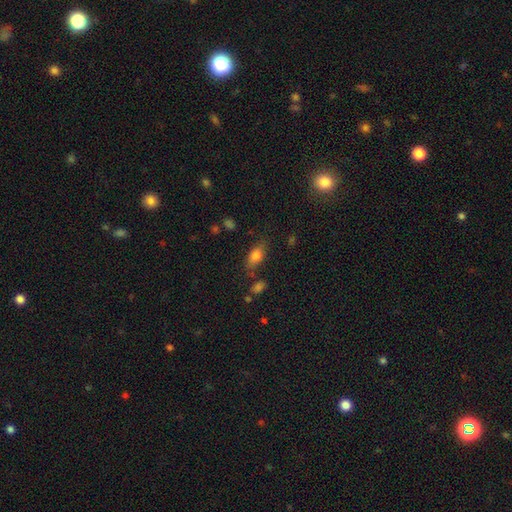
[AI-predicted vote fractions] Smooth or featured? Predicted: smooth (p=0.76). How rounded? Predicted: in between (p=0.84). Merging? Predicted: none (p=0.71).